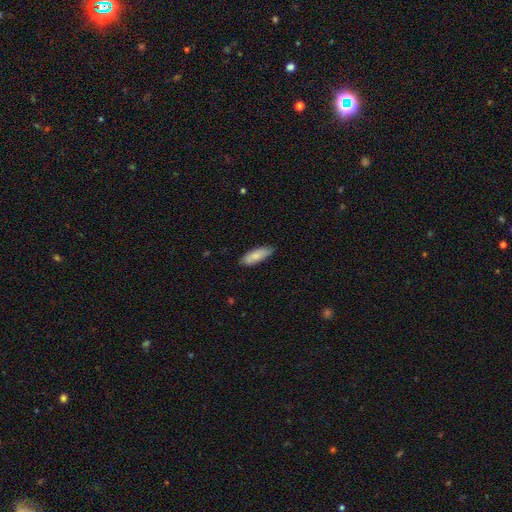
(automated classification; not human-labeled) Morphology: type=smooth (82%); roundness=in between (60%); merging=none (81%).